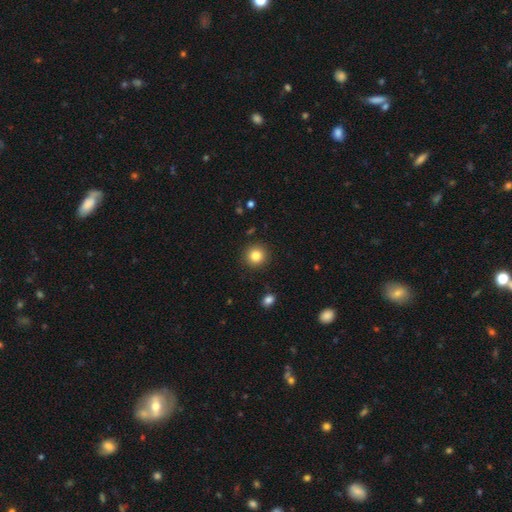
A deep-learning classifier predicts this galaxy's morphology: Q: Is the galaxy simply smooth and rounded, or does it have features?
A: smooth — 83%.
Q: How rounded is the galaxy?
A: round — 94%.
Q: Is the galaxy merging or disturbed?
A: none — 90%.